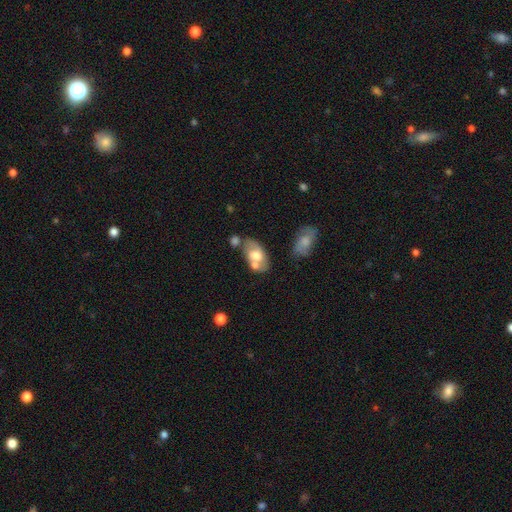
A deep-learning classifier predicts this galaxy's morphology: type=smooth (54%); roundness=in between (90%); merging=none (43%).